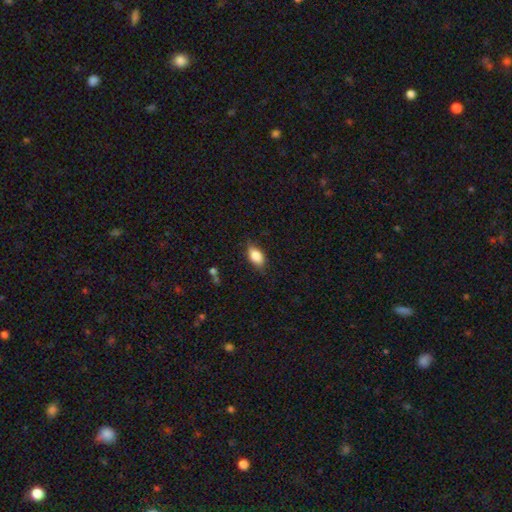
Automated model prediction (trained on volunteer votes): smooth 84%, featured or disk 9%, star or artifact 7%. Down the decision tree: how rounded — in between (88%); merging — none (78%).